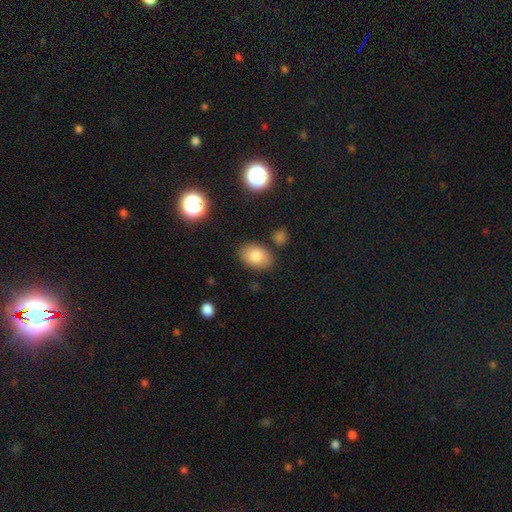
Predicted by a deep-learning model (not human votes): smooth_or_featured: smooth (p=0.83) [alt: featured or disk p=0.09]
how_rounded: in between (p=0.86) [alt: round p=0.13]
merging: none (p=0.82) [alt: minor disturbance p=0.11]